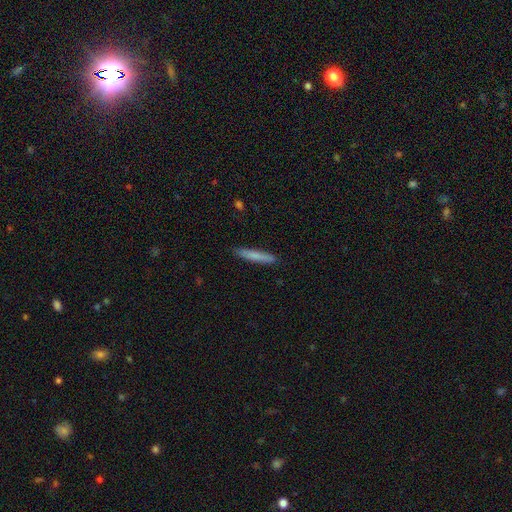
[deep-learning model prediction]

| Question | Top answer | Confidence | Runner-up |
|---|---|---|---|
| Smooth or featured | smooth | 77% | featured or disk (17%) |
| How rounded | cigar-shaped | 94% | in between (5%) |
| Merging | none | 88% | minor disturbance (9%) |